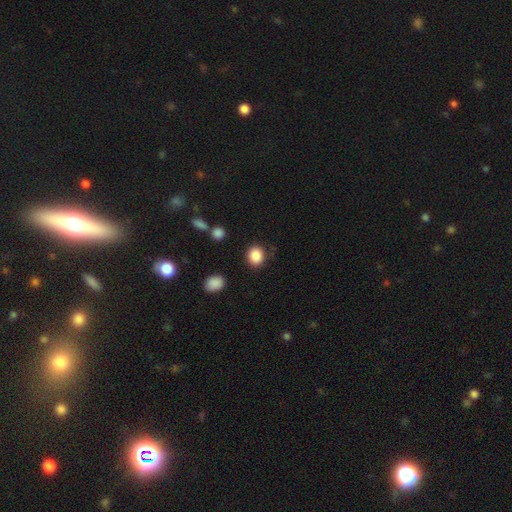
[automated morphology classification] This appears to be a smooth galaxy with no disk features (88%) that is round (63%). Merging: none (84%).